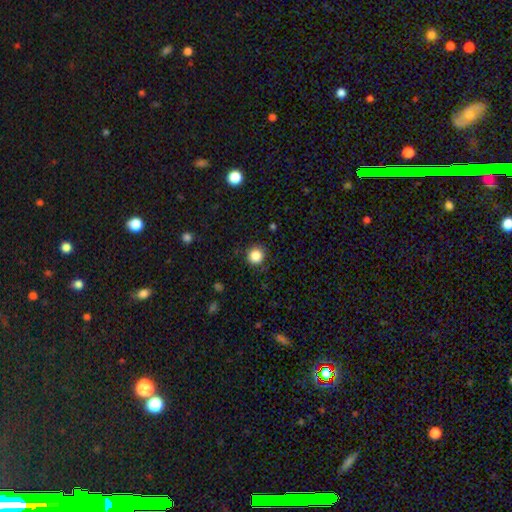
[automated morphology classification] Overall: smooth (86%). How rounded: round (94%). Merging: none (89%).